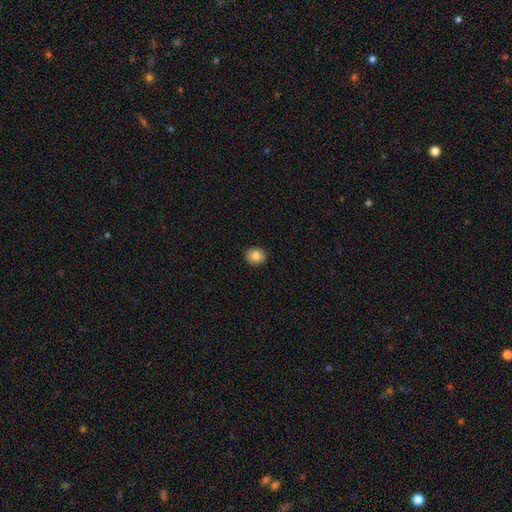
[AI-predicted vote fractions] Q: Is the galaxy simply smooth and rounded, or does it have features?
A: smooth — 84%.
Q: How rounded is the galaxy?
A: round — 70%.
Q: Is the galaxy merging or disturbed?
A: none — 90%.